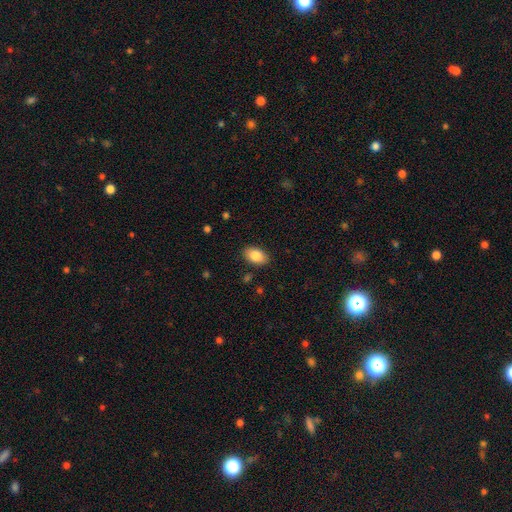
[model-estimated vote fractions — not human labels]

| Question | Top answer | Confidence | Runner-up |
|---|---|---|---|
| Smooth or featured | smooth | 86% | star or artifact (7%) |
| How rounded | in between | 91% | round (8%) |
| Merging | none | 88% | minor disturbance (9%) |